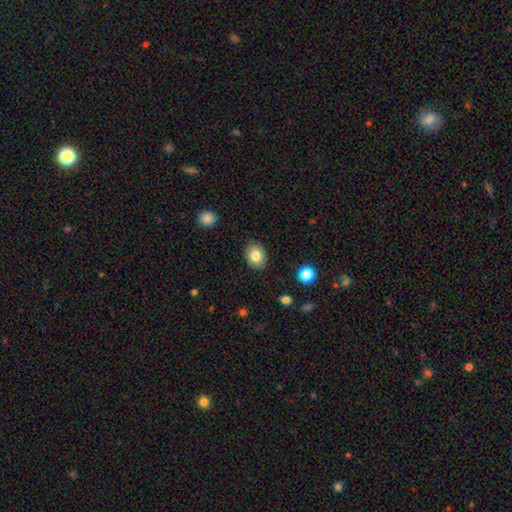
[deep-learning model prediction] smooth_or_featured: smooth (p=0.83) [alt: featured or disk p=0.09]
how_rounded: in between (p=0.61) [alt: round p=0.38]
merging: none (p=0.87) [alt: minor disturbance p=0.09]